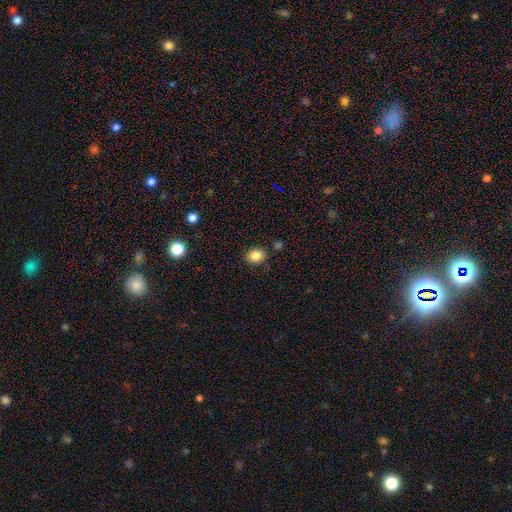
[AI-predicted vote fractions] Smooth or featured: smooth — 84% (star or artifact — 11%)
How rounded: round — 51% (in between — 48%)
Merging: none — 84% (minor disturbance — 10%)